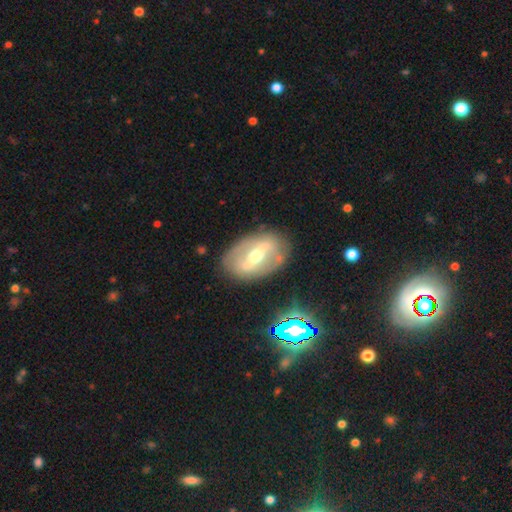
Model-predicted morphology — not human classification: This is likely a featured or disk galaxy (73%). It is clearly not viewed edge-on (88%). Bar: likely strong (68%). Spiral arm pattern: possibly no (57%). Central bulge: likely moderate (70%). Merging: clearly none (81%).